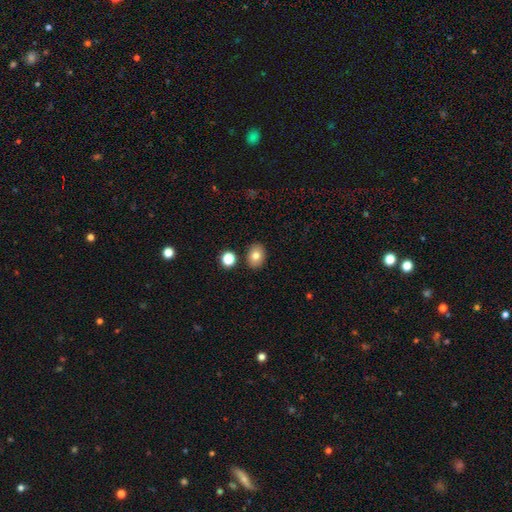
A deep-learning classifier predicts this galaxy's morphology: Smooth or featured? Predicted: smooth (p=0.80). How rounded? Predicted: in between (p=0.66). Merging? Predicted: none (p=0.86).